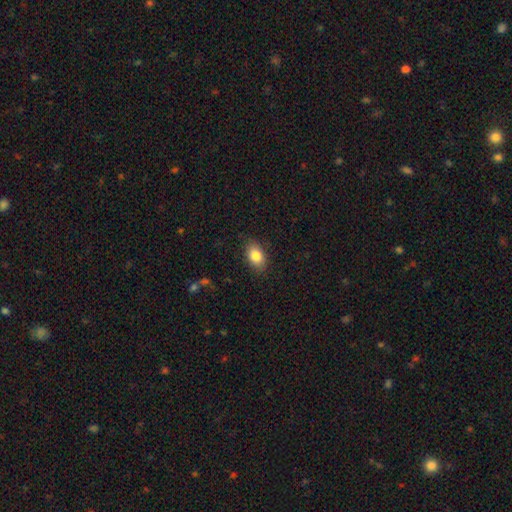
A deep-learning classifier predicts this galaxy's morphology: Smooth or featured? Predicted: smooth (p=0.84). How rounded? Predicted: in between (p=0.86). Merging? Predicted: none (p=0.84).